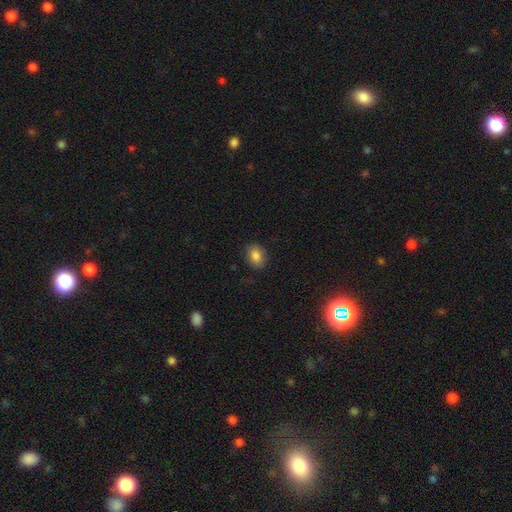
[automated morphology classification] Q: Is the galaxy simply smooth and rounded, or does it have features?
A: smooth — 84%.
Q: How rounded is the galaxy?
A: in between — 62%.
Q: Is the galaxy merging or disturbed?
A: none — 85%.